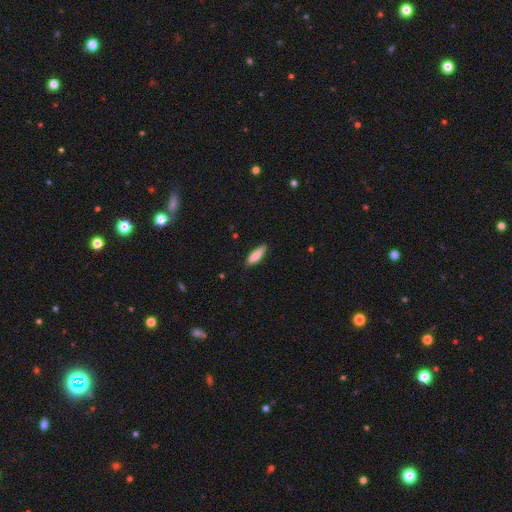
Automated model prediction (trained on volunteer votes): Smooth or featured? smooth (82%)
How rounded? cigar-shaped (59%)
Merging? none (84%)